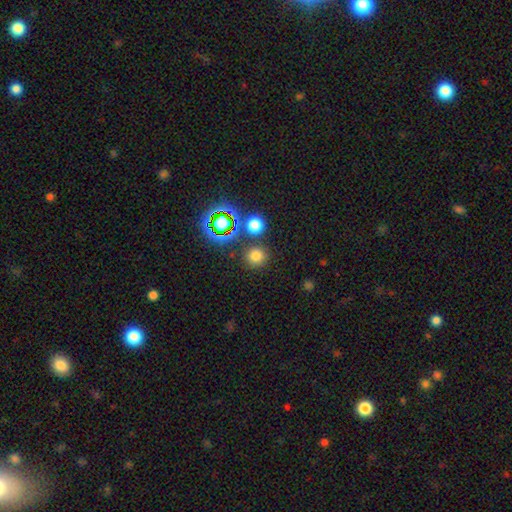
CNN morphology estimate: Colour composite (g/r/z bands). It shows a smooth galaxy with no disk features (72%) that is round (92%). Merging: none (83%).